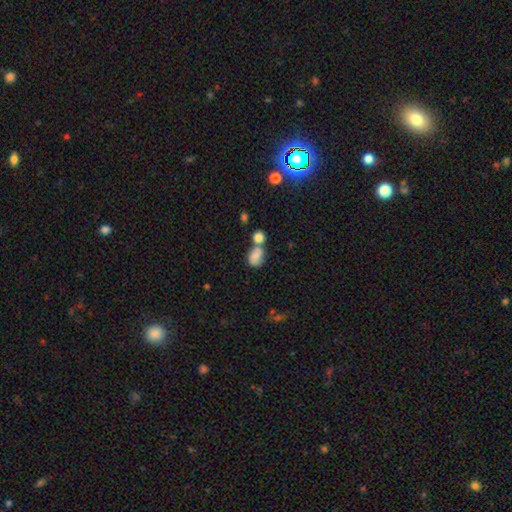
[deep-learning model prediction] Q: Smooth or featured?
A: smooth (67%); runner-up: featured or disk (22%)
Q: How rounded?
A: in between (63%); runner-up: round (35%)
Q: Merging?
A: merger (51%); runner-up: none (28%)